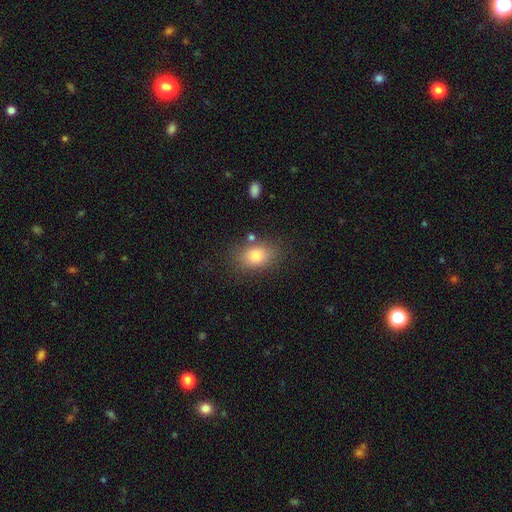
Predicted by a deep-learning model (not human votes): Smooth or featured: smooth — 81% (featured or disk — 10%)
How rounded: in between — 77% (round — 21%)
Merging: none — 75% (minor disturbance — 15%)